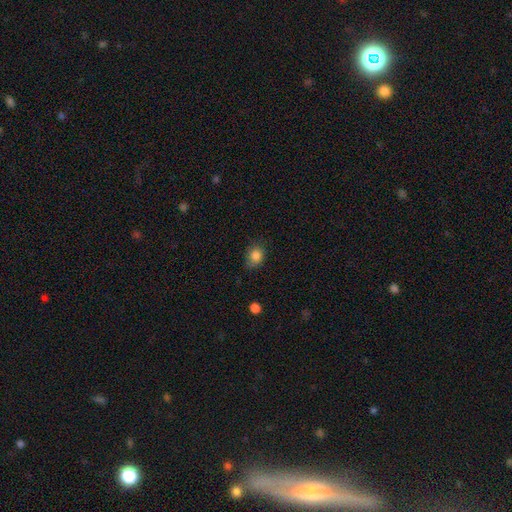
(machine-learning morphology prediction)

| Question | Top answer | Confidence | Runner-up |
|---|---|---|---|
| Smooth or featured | smooth | 85% | star or artifact (10%) |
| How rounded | in between | 51% | round (48%) |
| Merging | none | 69% | minor disturbance (24%) |